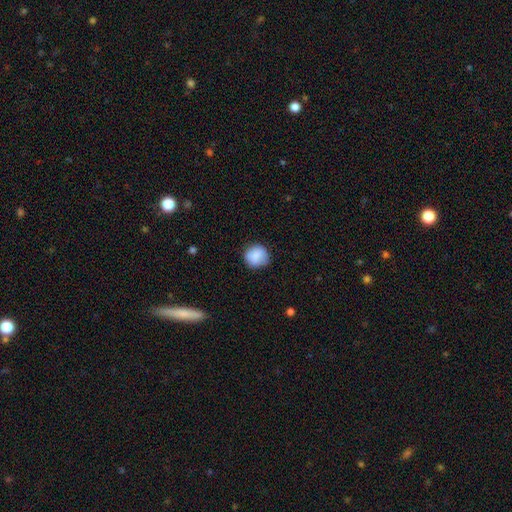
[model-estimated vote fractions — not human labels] Q: Smooth or featured?
A: smooth (86%); runner-up: star or artifact (8%)
Q: How rounded?
A: round (89%); runner-up: in between (11%)
Q: Merging?
A: none (79%); runner-up: minor disturbance (17%)